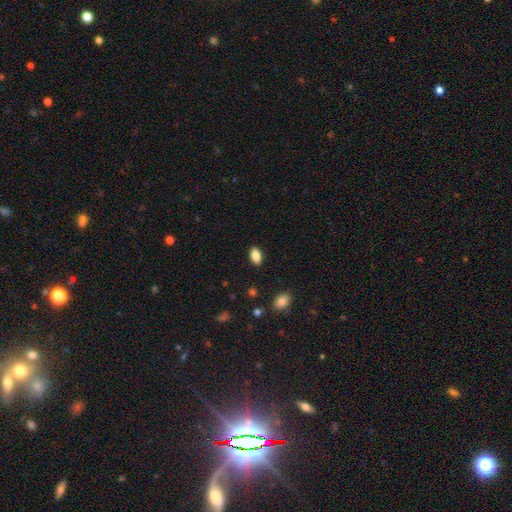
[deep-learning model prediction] Morphology: type=smooth (85%); roundness=in between (91%); merging=none (88%).